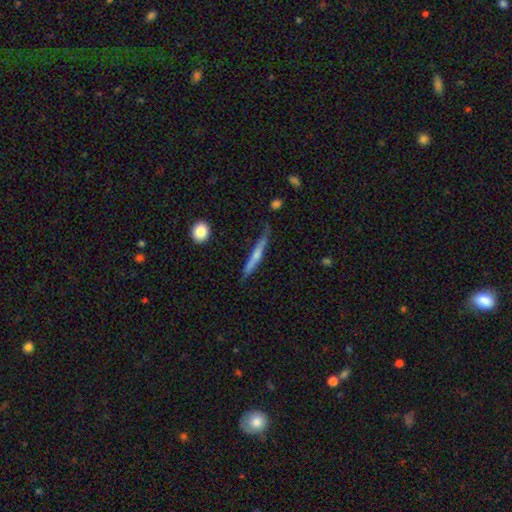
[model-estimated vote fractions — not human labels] Smooth or featured? smooth (48%)
Merging? none (73%)